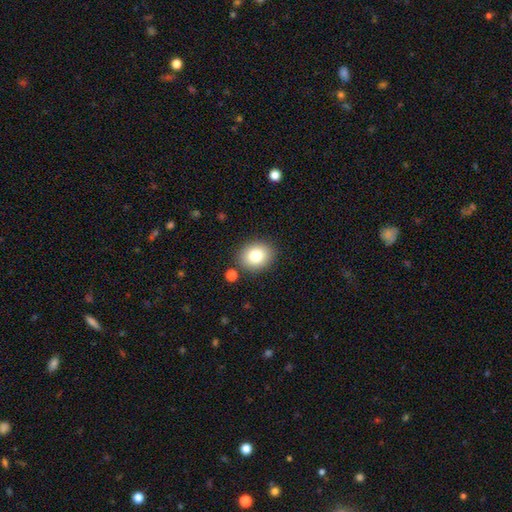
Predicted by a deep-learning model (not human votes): A smooth galaxy with no disk features (81%) that is round (57%).

Vote fractions:
- Smooth or featured? smooth: 81% / star or artifact: 10% / featured or disk: 9%
- How rounded? round: 57% / in between: 42% / cigar-shaped: 1%
- Merging? none: 85% / minor disturbance: 9% / merger: 3% / major disturbance: 3%